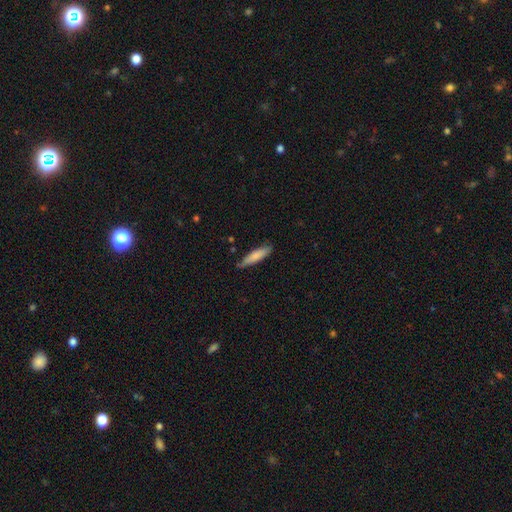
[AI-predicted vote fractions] The model was most divided on "how rounded": cigar-shaped: 76%, in between: 22%, round: 1%. More confident: smooth or featured — smooth (77%); merging — none (76%).